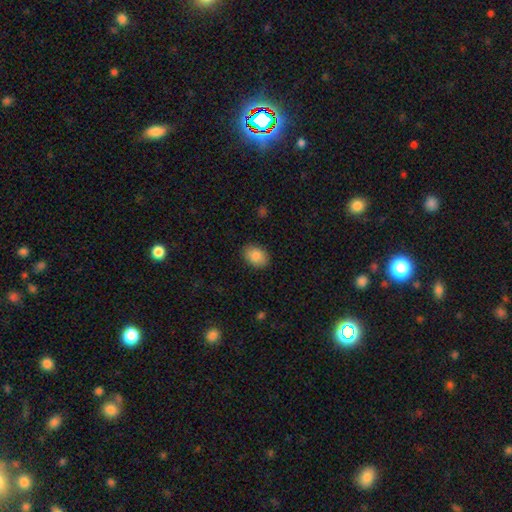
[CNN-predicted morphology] This is clearly a smooth galaxy (87%). How rounded: clearly in between (80%). Merging: clearly none (87%).